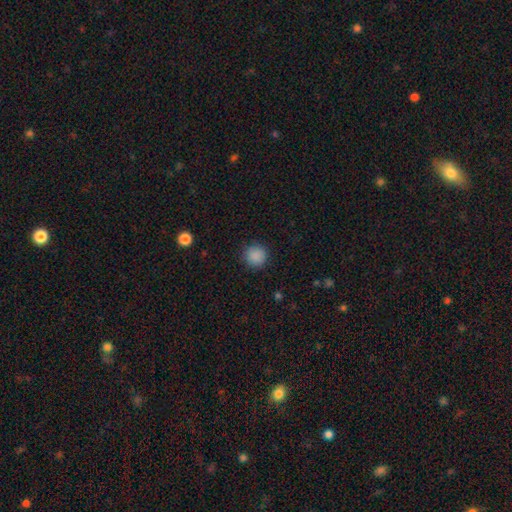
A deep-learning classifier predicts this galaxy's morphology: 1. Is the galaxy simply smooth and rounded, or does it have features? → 87% smooth, 10% star or artifact, 3% featured or disk.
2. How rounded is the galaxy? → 94% round, 5% in between, 1% cigar-shaped.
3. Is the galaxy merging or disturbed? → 90% none, 7% minor disturbance, 2% major disturbance, 1% merger.